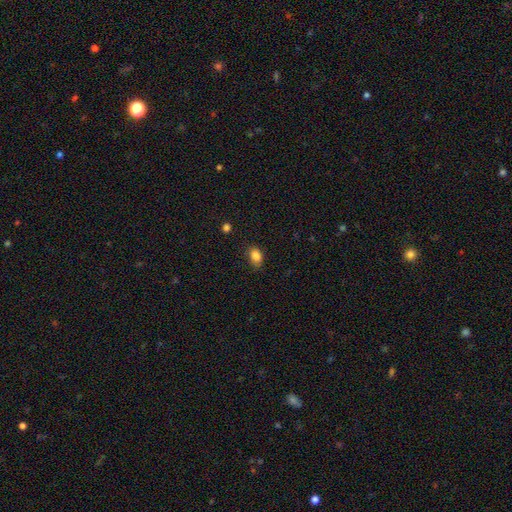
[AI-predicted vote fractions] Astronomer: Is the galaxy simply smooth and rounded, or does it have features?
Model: smooth — 86%.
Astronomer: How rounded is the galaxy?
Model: in between — 80%.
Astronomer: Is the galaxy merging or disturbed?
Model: none — 78%.